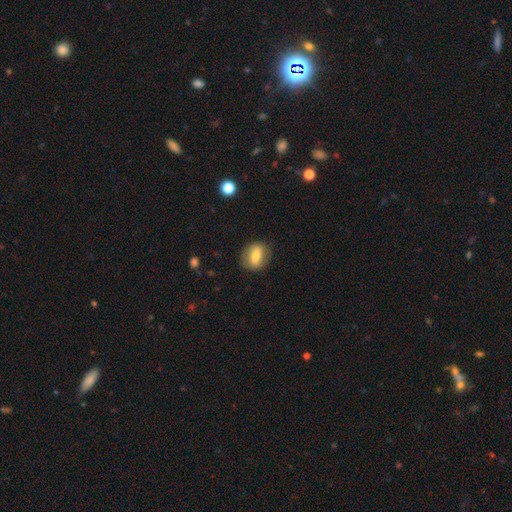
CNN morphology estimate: Smooth or featured?
  - smooth: 64% *
  - featured or disk: 28%
  - star or artifact: 8%
How rounded?
  - in between: 60% *
  - round: 38%
  - cigar-shaped: 3%
Merging?
  - none: 80% *
  - minor disturbance: 14%
  - major disturbance: 4%
  - merger: 1%